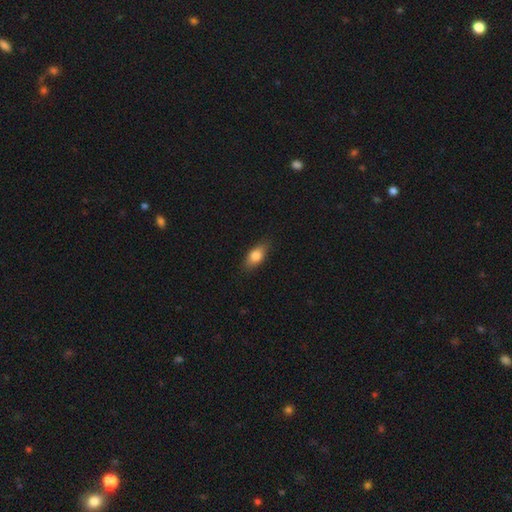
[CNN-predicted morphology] Smooth or featured? Predicted: smooth (p=0.79). How rounded? Predicted: in between (p=0.84). Merging? Predicted: none (p=0.82).